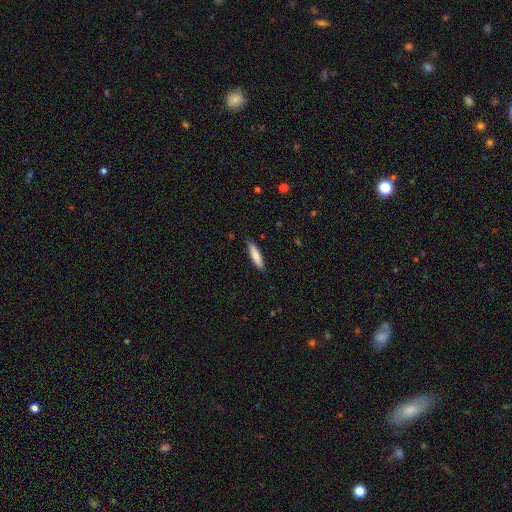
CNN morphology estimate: smooth-or-featured: smooth: 82% | featured or disk: 13% | star or artifact: 5%
  how-rounded: cigar-shaped: 77% | in between: 22% | round: 1%
  merging: none: 87% | minor disturbance: 10% | major disturbance: 2% | merger: 1%